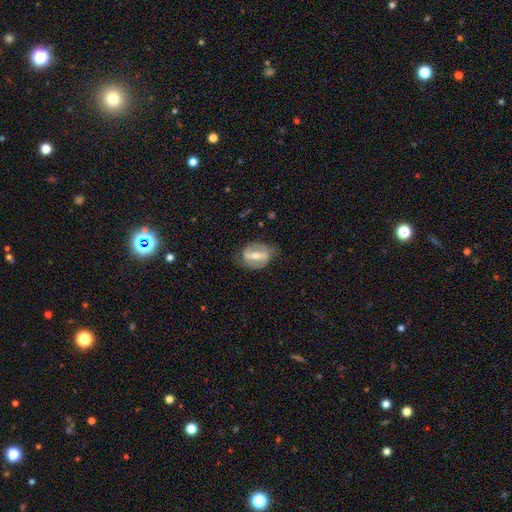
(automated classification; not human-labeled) The model was most divided on "bulge size": moderate: 56%, small: 37%, large: 4%, none: 2%, dominant: 1%. More confident: edge-on disk — no (91%); smooth or featured — featured or disk (72%); bar — strong (70%); merging — none (70%); spiral arms — yes (62%).